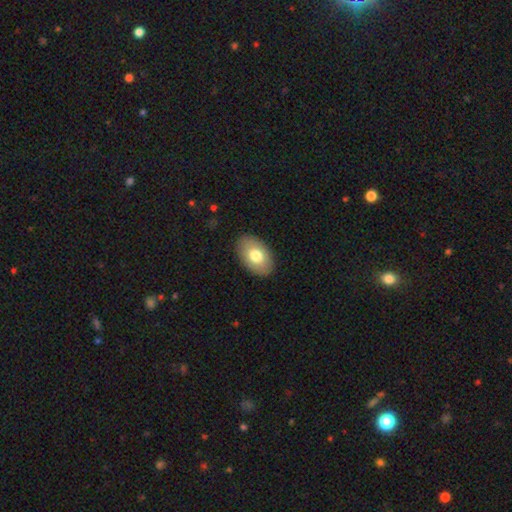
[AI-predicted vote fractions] Smooth or featured?
  - smooth: 75% *
  - featured or disk: 18%
  - star or artifact: 6%
How rounded?
  - in between: 90% *
  - round: 9%
  - cigar-shaped: 1%
Merging?
  - none: 88% *
  - minor disturbance: 9%
  - major disturbance: 2%
  - merger: 1%